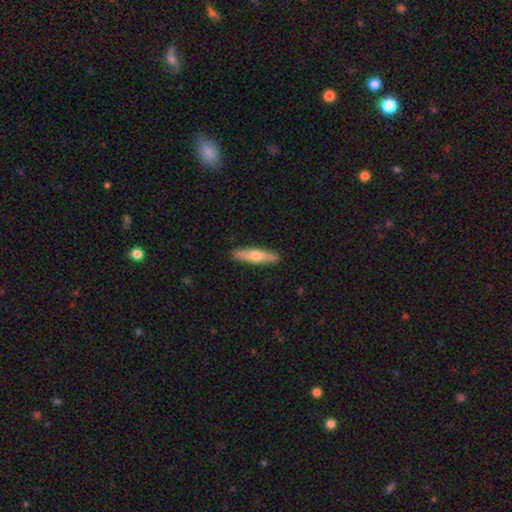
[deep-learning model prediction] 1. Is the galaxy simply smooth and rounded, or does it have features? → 56% smooth, 39% featured or disk, 5% star or artifact.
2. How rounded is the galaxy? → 79% cigar-shaped, 19% in between, 2% round.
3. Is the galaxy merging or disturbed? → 91% none, 7% minor disturbance, 1% major disturbance, 1% merger.